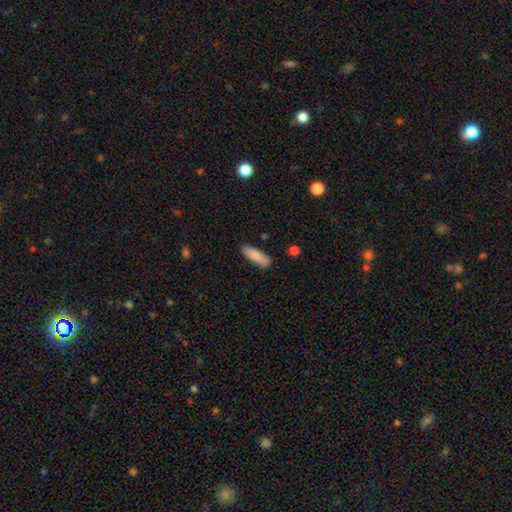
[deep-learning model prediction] Smooth or featured? Predicted: smooth (p=0.85). How rounded? Predicted: in between (p=0.56). Merging? Predicted: none (p=0.80).